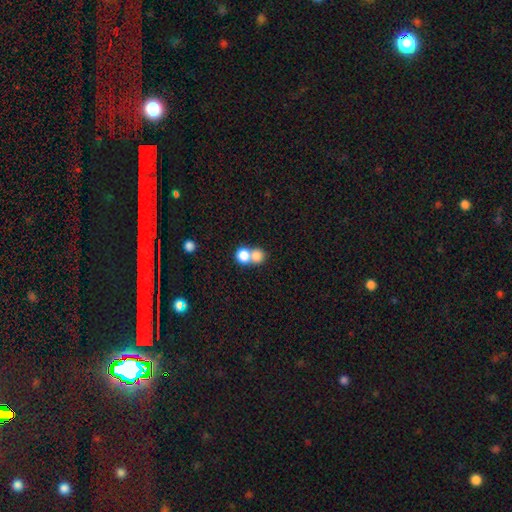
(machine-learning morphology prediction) Overall: smooth (79%). How rounded: round (75%). Merging: merger (62%; none 30%).